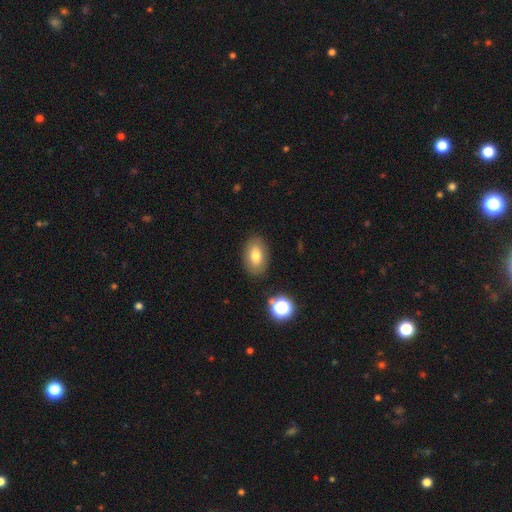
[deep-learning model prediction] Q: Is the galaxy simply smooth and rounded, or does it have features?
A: smooth — 76%.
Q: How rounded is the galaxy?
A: in between — 87%.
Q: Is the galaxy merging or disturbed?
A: none — 85%.